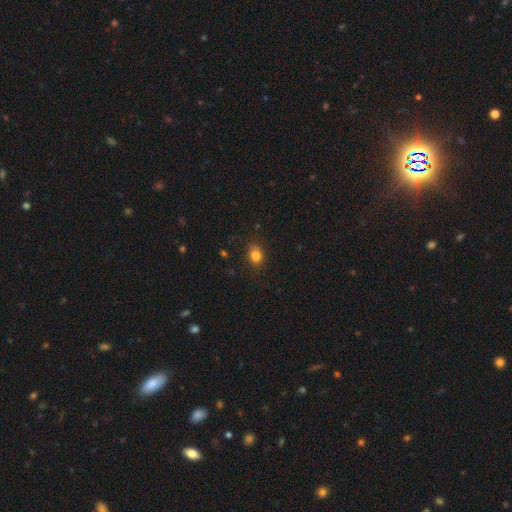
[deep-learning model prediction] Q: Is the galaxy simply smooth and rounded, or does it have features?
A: smooth — 82%.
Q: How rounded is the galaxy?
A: round — 59%.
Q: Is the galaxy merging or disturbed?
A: none — 81%.